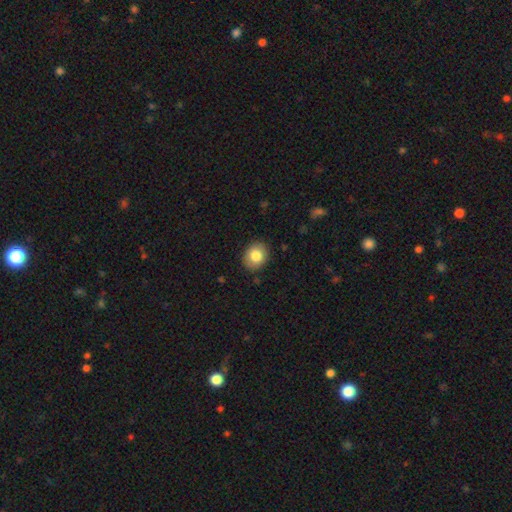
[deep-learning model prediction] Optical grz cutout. It shows a smooth galaxy with no disk features (82%) that is round (54%). Merging: none (87%).